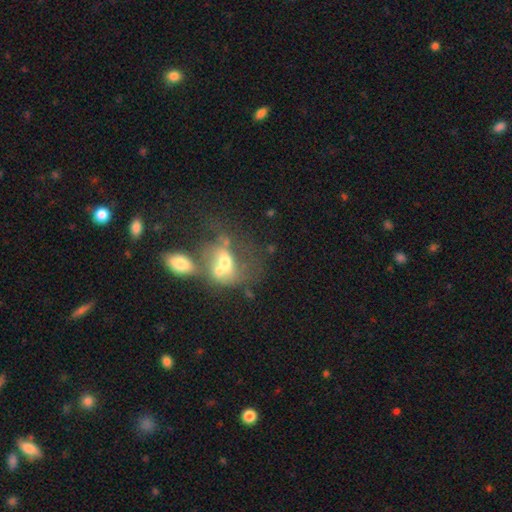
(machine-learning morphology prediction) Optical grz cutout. It shows a featured or disk galaxy (44%). Merging: merger (62%).